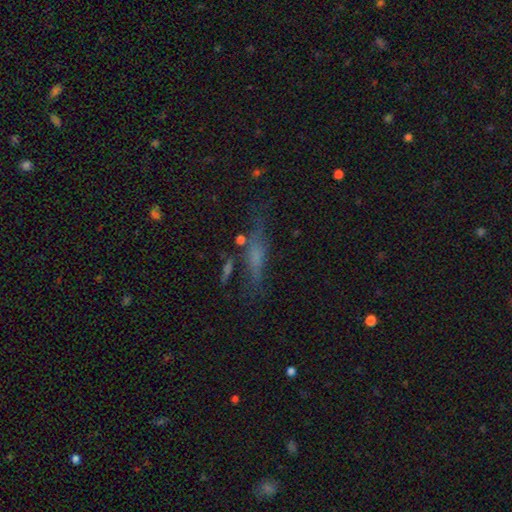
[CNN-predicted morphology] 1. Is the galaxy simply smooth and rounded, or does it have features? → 41% smooth, 39% featured or disk, 21% star or artifact.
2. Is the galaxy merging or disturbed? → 61% none, 19% minor disturbance, 13% major disturbance, 7% merger.